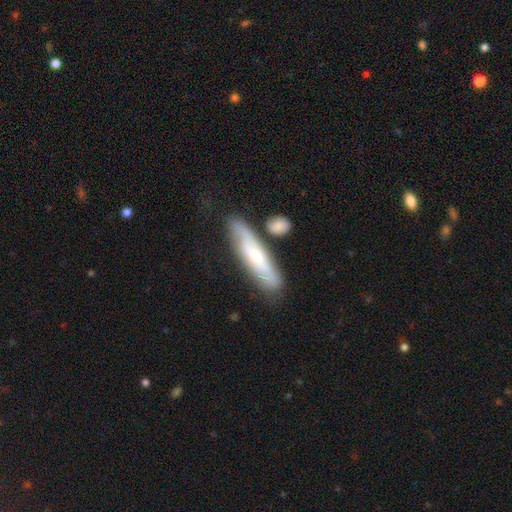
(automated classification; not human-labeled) Morphology: type=featured or disk (46%, tied with smooth); merging=none (71%).